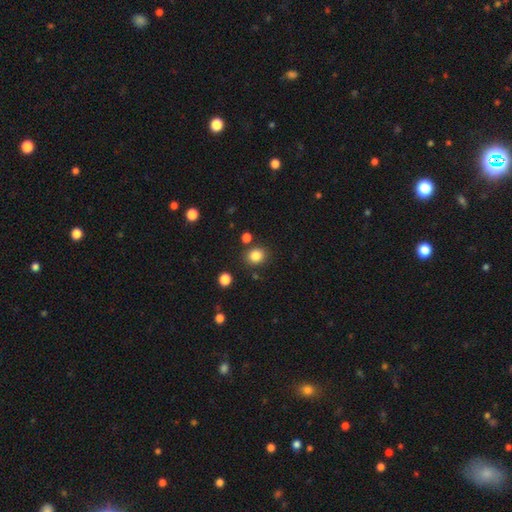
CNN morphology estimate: Overall: smooth (84%). How rounded: round (69%; in between 30%). Merging: none (82%).